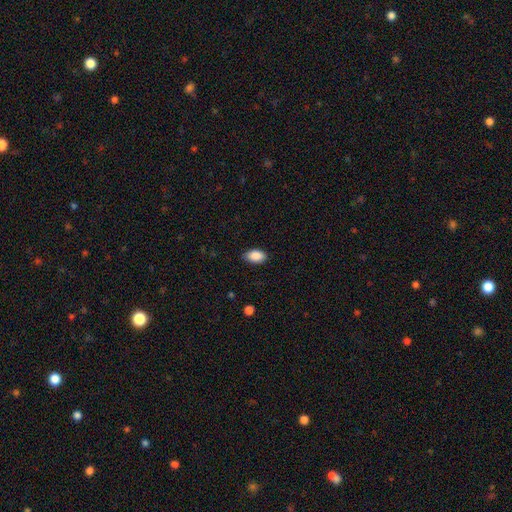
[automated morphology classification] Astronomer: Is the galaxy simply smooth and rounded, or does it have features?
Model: smooth — 89%.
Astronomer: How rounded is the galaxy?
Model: in between — 93%.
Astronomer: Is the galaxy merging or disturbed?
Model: none — 82%.